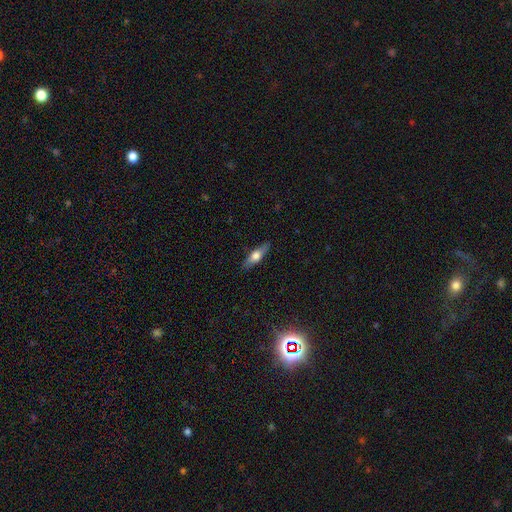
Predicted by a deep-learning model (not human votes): Smooth or featured?
  - smooth: 57% *
  - featured or disk: 37%
  - star or artifact: 6%
How rounded?
  - cigar-shaped: 58% *
  - in between: 39%
  - round: 3%
Merging?
  - none: 87% *
  - minor disturbance: 9%
  - major disturbance: 2%
  - merger: 1%